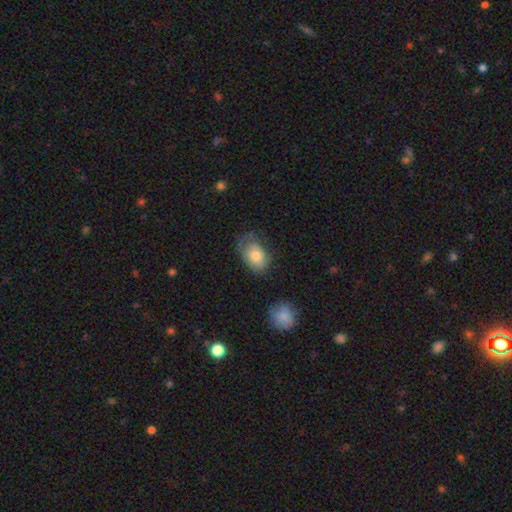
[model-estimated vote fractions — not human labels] Smooth or featured?
  - smooth: 76% *
  - featured or disk: 17%
  - star or artifact: 7%
How rounded?
  - in between: 82% *
  - round: 17%
  - cigar-shaped: 1%
Merging?
  - none: 53% *
  - minor disturbance: 32%
  - major disturbance: 12%
  - merger: 2%